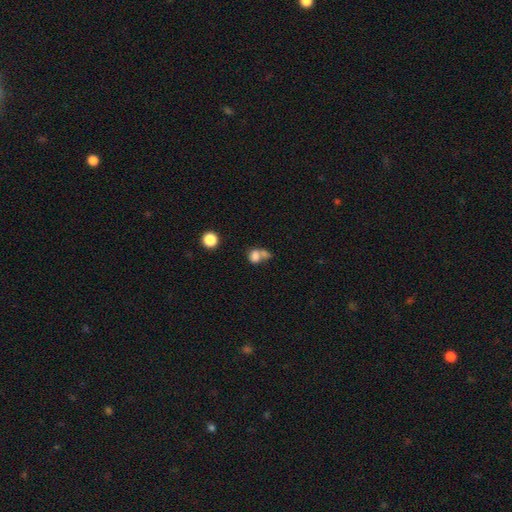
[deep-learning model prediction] A smooth galaxy with no disk features (76%) that is in between round and cigar-shaped (54%). Merging: merger (57%).